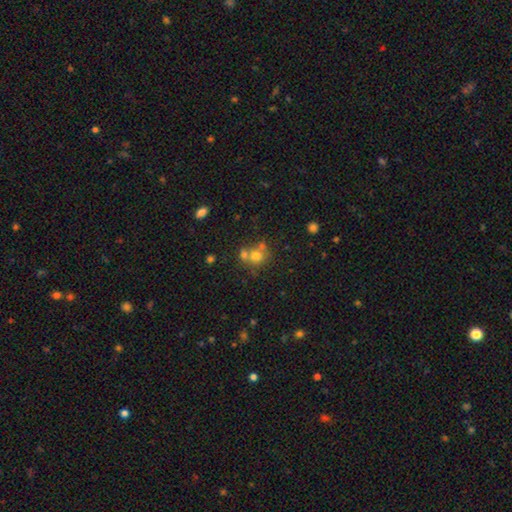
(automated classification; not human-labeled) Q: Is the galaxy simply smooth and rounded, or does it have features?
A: smooth — 68%.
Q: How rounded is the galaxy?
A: round — 82%.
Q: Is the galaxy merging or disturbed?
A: none — 47%.